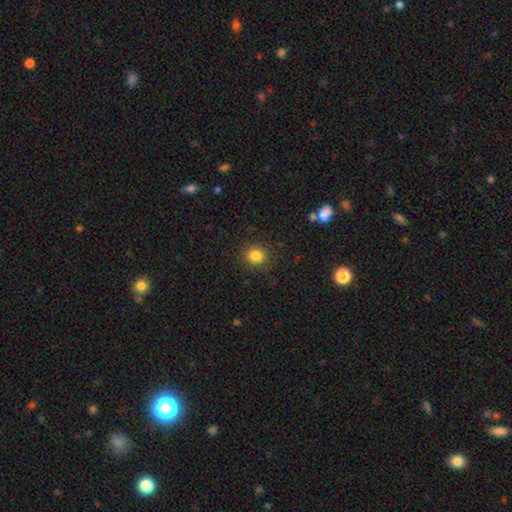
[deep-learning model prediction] Smooth or featured: smooth — 84% (star or artifact — 12%)
How rounded: round — 86% (in between — 13%)
Merging: none — 88% (minor disturbance — 8%)